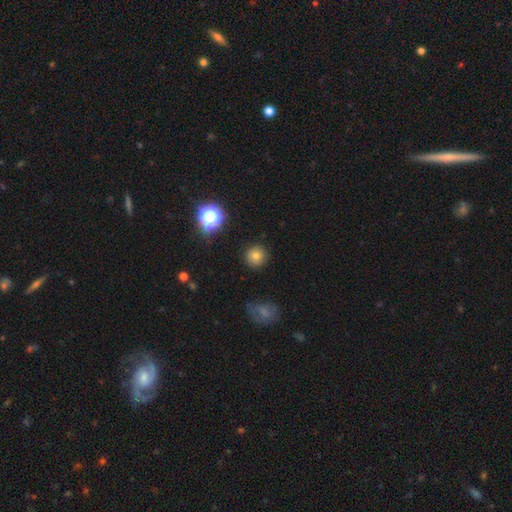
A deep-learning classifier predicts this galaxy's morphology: Smooth or featured?
  - smooth: 74% *
  - star or artifact: 16%
  - featured or disk: 9%
How rounded?
  - round: 93% *
  - in between: 6%
  - cigar-shaped: 1%
Merging?
  - none: 89% *
  - minor disturbance: 7%
  - major disturbance: 2%
  - merger: 2%